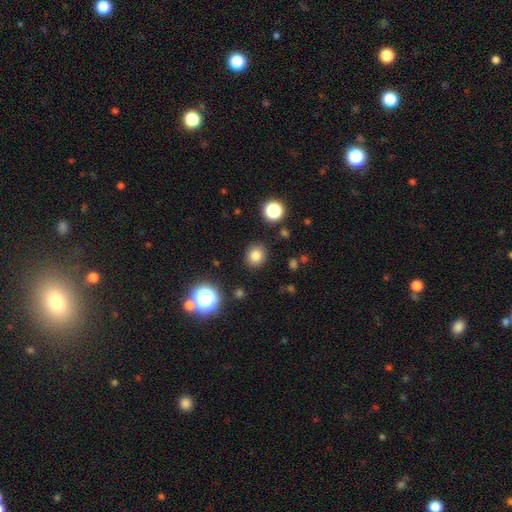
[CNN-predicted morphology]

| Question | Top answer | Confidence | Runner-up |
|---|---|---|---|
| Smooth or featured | smooth | 80% | star or artifact (13%) |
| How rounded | round | 76% | in between (23%) |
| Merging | none | 88% | minor disturbance (8%) |